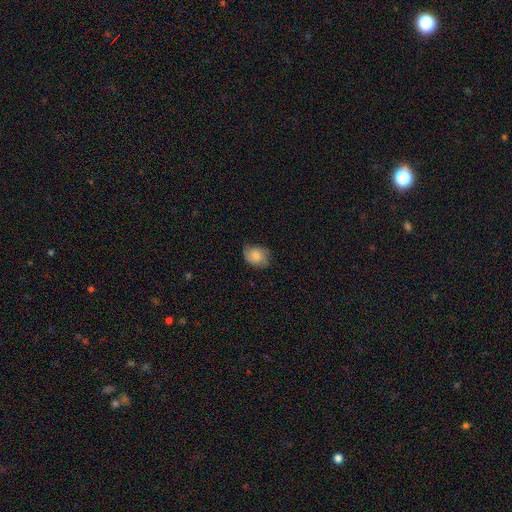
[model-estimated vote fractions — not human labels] A smooth galaxy with no disk features (63%) that is in between round and cigar-shaped (62%). Merging: none (64%).